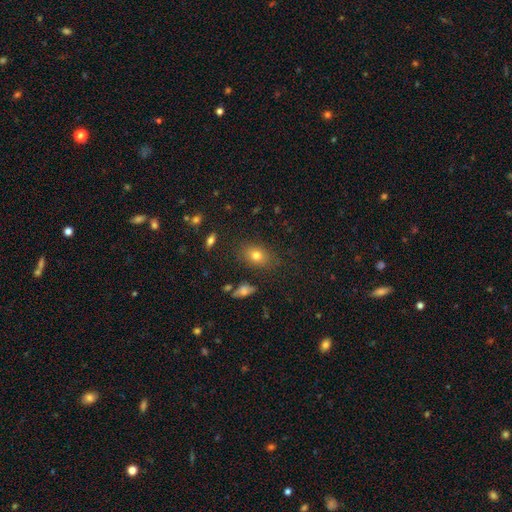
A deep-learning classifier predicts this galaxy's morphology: This appears to be a smooth galaxy with no disk features (75%) that is in between round and cigar-shaped (71%). Merging: none (82%).